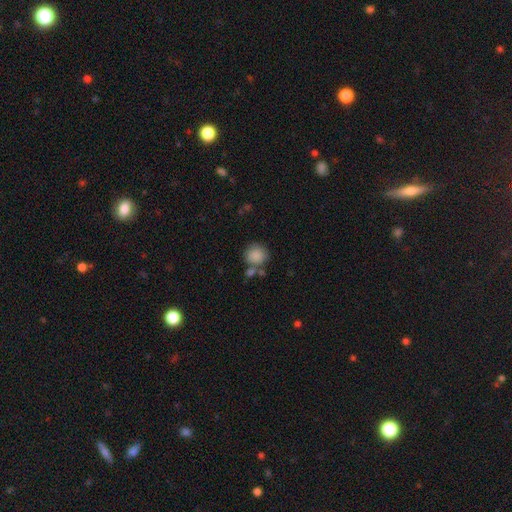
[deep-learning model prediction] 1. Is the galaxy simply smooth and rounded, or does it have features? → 86% smooth, 9% star or artifact, 5% featured or disk.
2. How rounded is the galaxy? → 88% round, 11% in between, 1% cigar-shaped.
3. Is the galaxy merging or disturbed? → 66% none, 16% merger, 13% minor disturbance, 5% major disturbance.